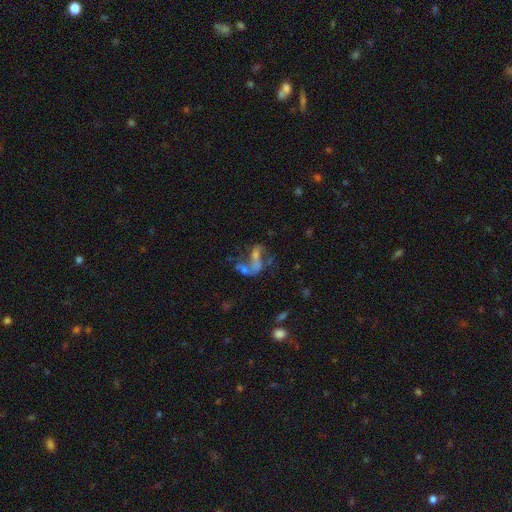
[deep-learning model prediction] Smooth or featured: featured or disk — 52% (smooth — 27%)
Edge-on disk: no — 93% (yes — 7%)
Merging: merger — 47% (none — 24%)